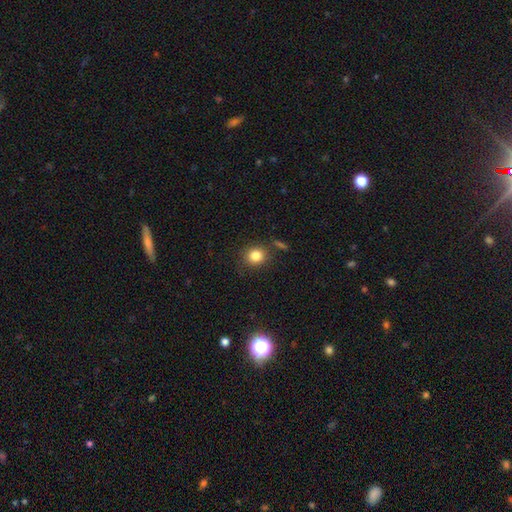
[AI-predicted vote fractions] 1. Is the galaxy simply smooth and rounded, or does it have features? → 83% smooth, 11% star or artifact, 6% featured or disk.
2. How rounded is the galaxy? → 83% round, 16% in between, 1% cigar-shaped.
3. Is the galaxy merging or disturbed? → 82% none, 11% minor disturbance, 4% merger, 4% major disturbance.